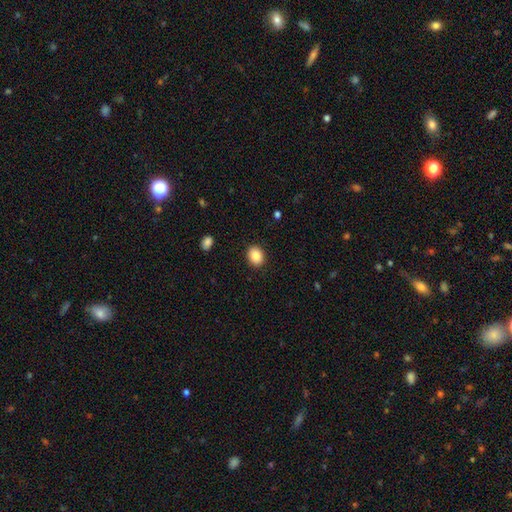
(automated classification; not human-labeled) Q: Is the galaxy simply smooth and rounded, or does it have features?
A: smooth — 88%.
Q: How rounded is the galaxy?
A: in between — 57%.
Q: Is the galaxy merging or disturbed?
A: none — 90%.